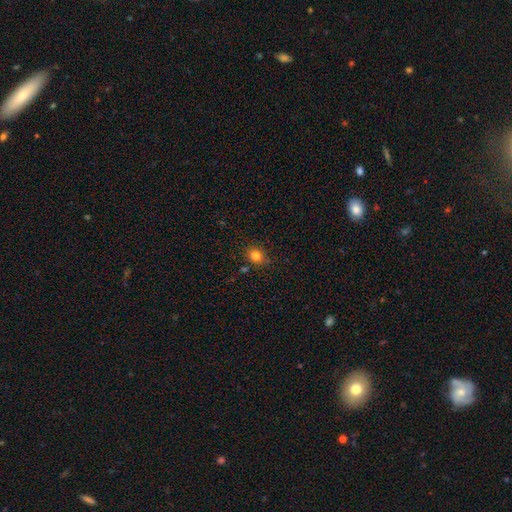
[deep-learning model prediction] A smooth galaxy with no disk features (82%) that is round (74%).

Vote fractions:
- Smooth or featured? smooth: 82% / star or artifact: 12% / featured or disk: 6%
- How rounded? round: 74% / in between: 25% / cigar-shaped: 1%
- Merging? none: 82% / minor disturbance: 11% / merger: 4% / major disturbance: 3%